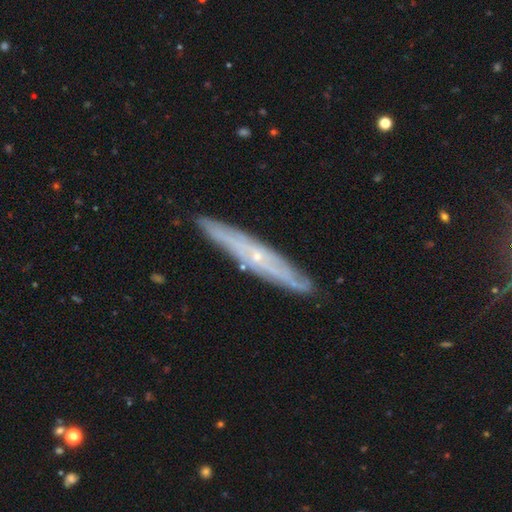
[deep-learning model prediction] featured or disk 70%, smooth 23%, star or artifact 7%. Down the decision tree: edge-on disk — yes (71%); edge-on bulge — rounded (54%); merging — none (86%).